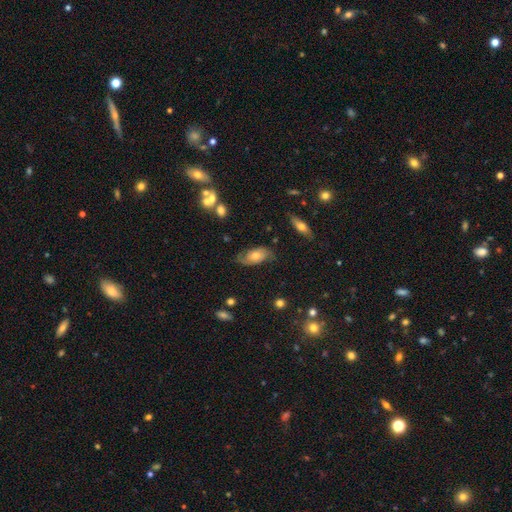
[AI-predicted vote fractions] A featured or disk galaxy (61%) with no bar (71%), spiral arms (86%) and a moderate central bulge (62%).

Vote fractions:
- Smooth or featured? featured or disk: 61% / smooth: 30% / star or artifact: 9%
- Edge-on disk? no: 91% / yes: 9%
- Bar? no: 71% / weak: 24% / strong: 4%
- Spiral arms? yes: 86% / no: 14%
- Bulge size? moderate: 62% / small: 20% / large: 14% / none: 3% / dominant: 2%
- Merging? none: 72% / minor disturbance: 20% / major disturbance: 7% / merger: 2%